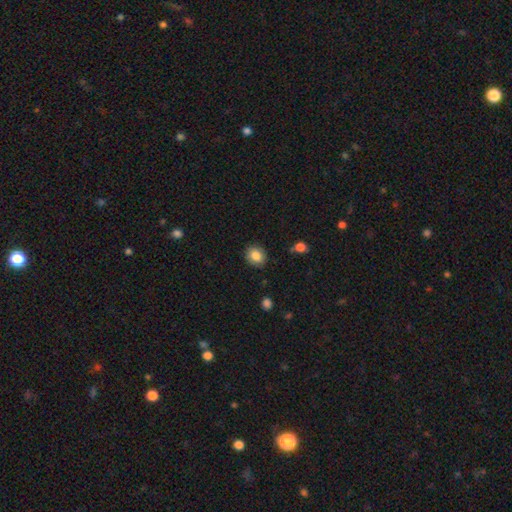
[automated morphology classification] Smooth or featured: smooth — 85% (star or artifact — 9%)
How rounded: round — 65% (in between — 34%)
Merging: none — 87% (minor disturbance — 9%)